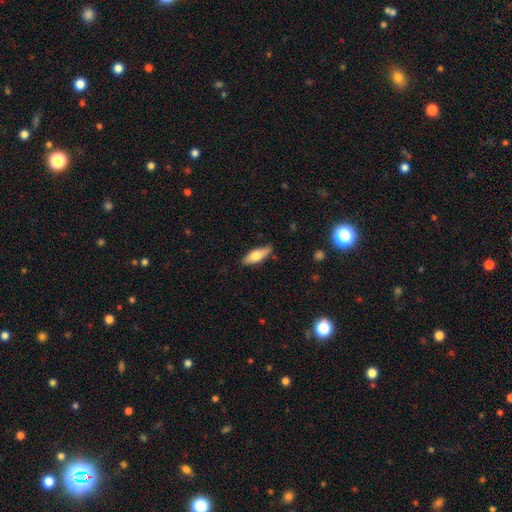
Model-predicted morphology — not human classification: smooth 65%, featured or disk 29%, star or artifact 6%. Down the decision tree: how rounded — in between (62%); merging — none (81%).